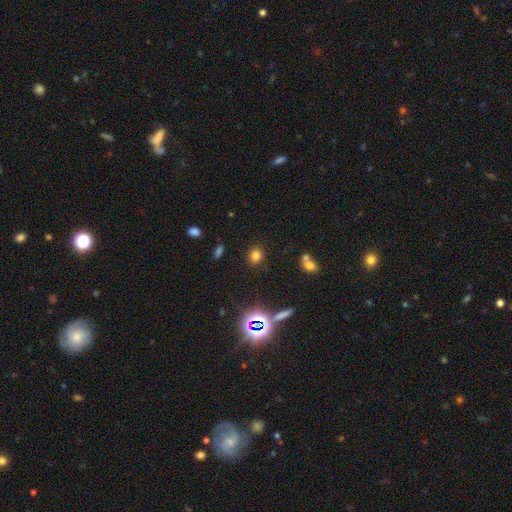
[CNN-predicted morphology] This appears to be a smooth galaxy with no disk features (73%) that is round (82%). Merging: none (86%).